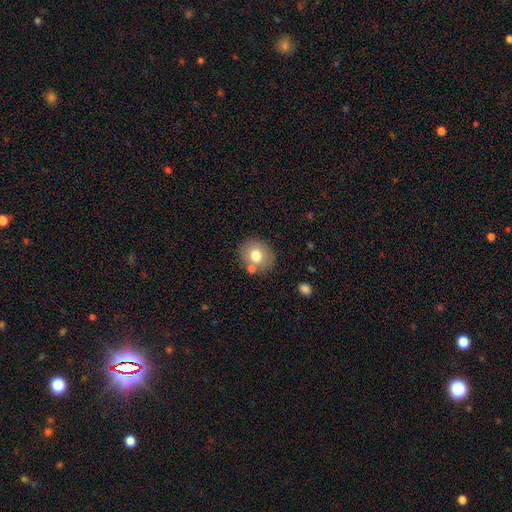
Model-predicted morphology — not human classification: Smooth or featured?
  - smooth: 73% *
  - featured or disk: 18%
  - star or artifact: 9%
How rounded?
  - round: 75% *
  - in between: 24%
  - cigar-shaped: 1%
Merging?
  - none: 73% *
  - minor disturbance: 12%
  - merger: 11%
  - major disturbance: 3%